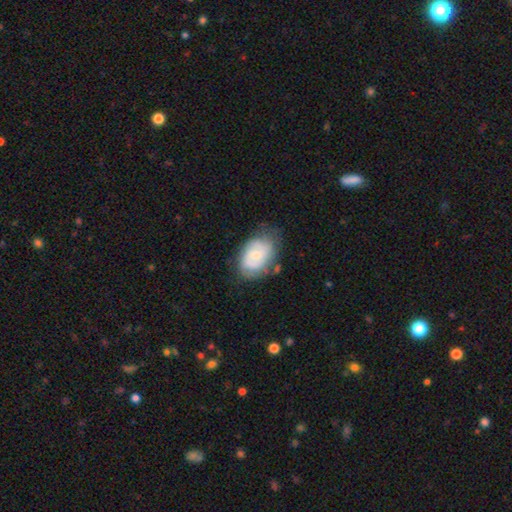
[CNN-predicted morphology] featured or disk 54%, smooth 40%, star or artifact 7%. Down the decision tree: edge-on disk — no (97%); bar — no (62%); spiral arms — yes (79%); bulge size — small (58%); merging — none (62%).